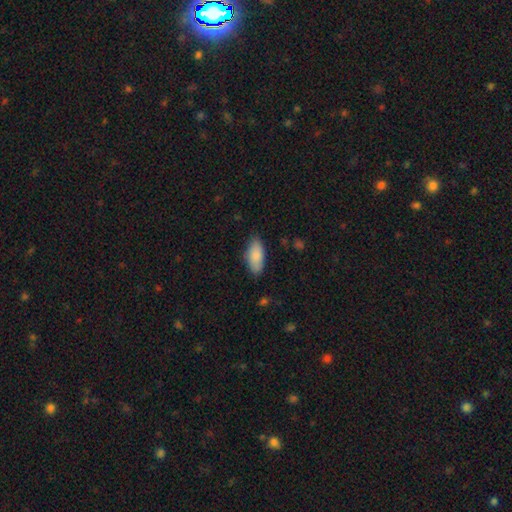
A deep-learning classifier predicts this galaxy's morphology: smooth_or_featured: smooth (p=0.87) [alt: featured or disk p=0.08]
how_rounded: in between (p=0.86) [alt: cigar-shaped p=0.12]
merging: none (p=0.82) [alt: minor disturbance p=0.14]